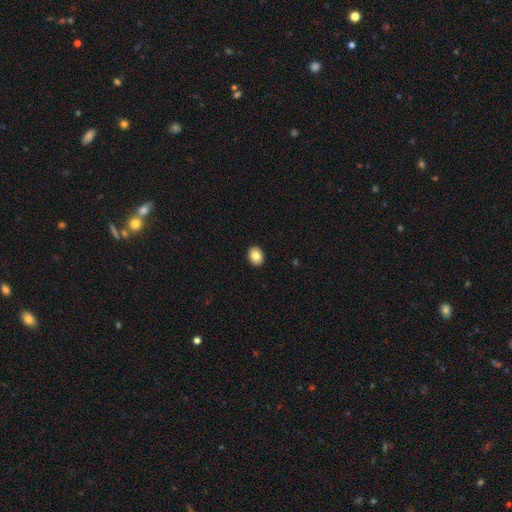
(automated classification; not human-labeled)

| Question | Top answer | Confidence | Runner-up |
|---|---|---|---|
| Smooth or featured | smooth | 84% | star or artifact (8%) |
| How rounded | in between | 61% | round (38%) |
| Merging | none | 91% | minor disturbance (6%) |